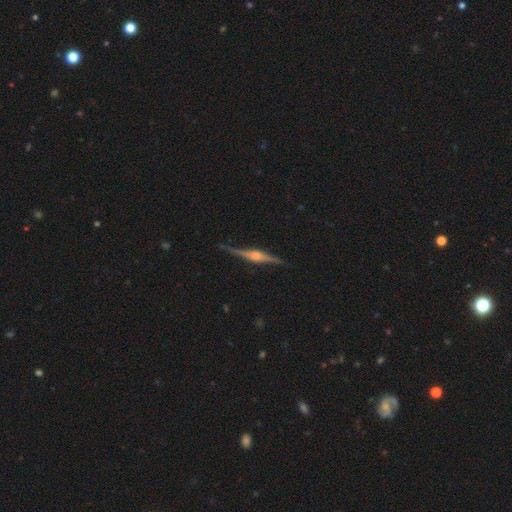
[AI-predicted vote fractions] smooth_or_featured: featured or disk (p=0.86) [alt: smooth p=0.09]
disk_edge_on: yes (p=0.98) [alt: no p=0.02]
edge_on_bulge: rounded (p=0.83) [alt: boxy p=0.13]
merging: none (p=0.87) [alt: minor disturbance p=0.10]